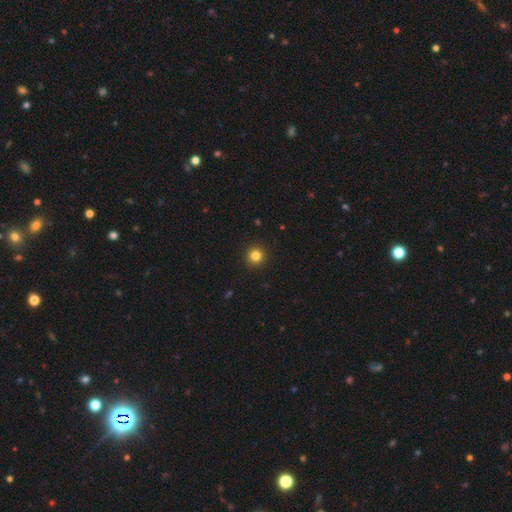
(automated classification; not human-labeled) Morphology: type=smooth (83%); roundness=round (96%); merging=none (93%).